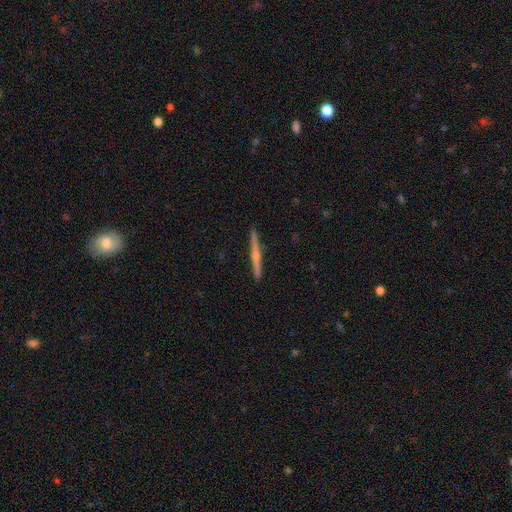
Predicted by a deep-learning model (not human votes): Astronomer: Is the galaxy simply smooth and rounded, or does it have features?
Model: featured or disk — 57% (runner-up: smooth, 37%).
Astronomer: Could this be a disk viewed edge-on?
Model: yes — 98%.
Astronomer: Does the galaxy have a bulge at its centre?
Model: rounded — 50% (runner-up: none, 40%).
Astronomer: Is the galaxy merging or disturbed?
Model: none — 92%.